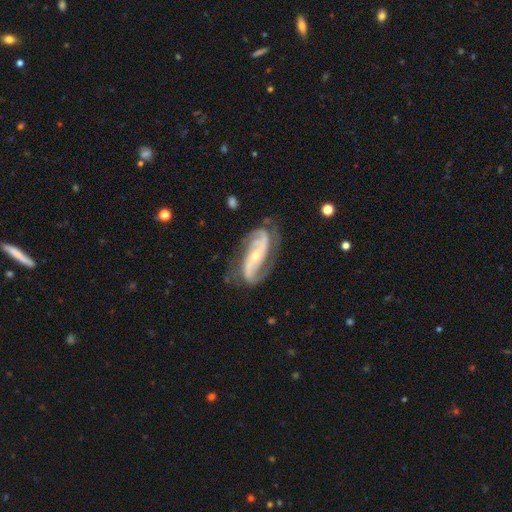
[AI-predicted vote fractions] smooth-or-featured: featured or disk: 90% | smooth: 5% | star or artifact: 5%
  disk-edge-on: no: 95% | yes: 5%
    bar: no: 39% | strong: 33% | weak: 27%
    has-spiral-arms: yes: 97% | no: 3%
      spiral-winding: medium: 47% | tight: 32% | loose: 21%
      spiral-arm-count: 2: 76% | 3: 11% | can't tell: 6% | 4: 3% | 1: 2% | more than 4: 2%
    bulge-size: small: 56% | moderate: 40% | large: 2% | none: 1% | dominant: 1%
  merging: none: 70% | minor disturbance: 19% | major disturbance: 9% | merger: 2%